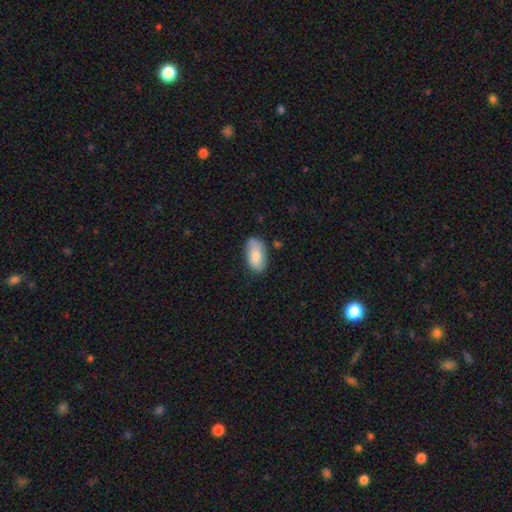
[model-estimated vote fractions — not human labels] Overall: smooth (82%). How rounded: in between (94%). Merging: none (70%).